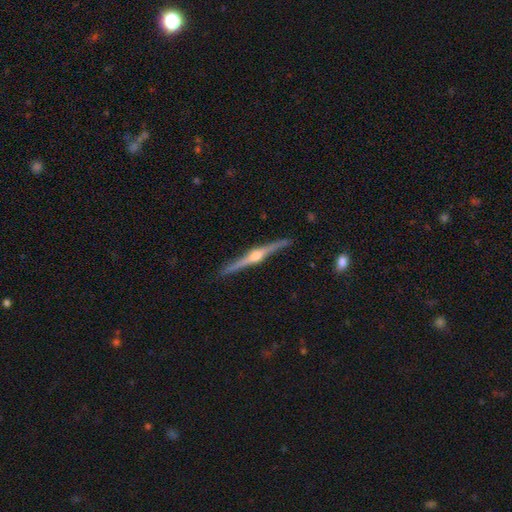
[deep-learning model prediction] featured or disk 85%, smooth 10%, star or artifact 5%. Down the decision tree: edge-on disk — yes (99%); edge-on bulge — rounded (95%); merging — none (90%).